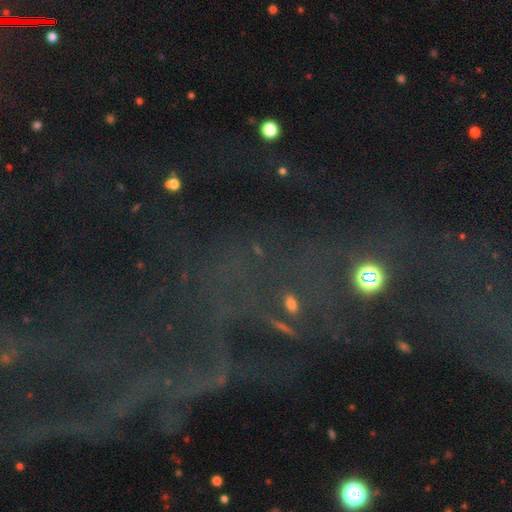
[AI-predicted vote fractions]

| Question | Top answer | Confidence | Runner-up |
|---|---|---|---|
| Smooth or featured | star or artifact | 68% | featured or disk (18%) |